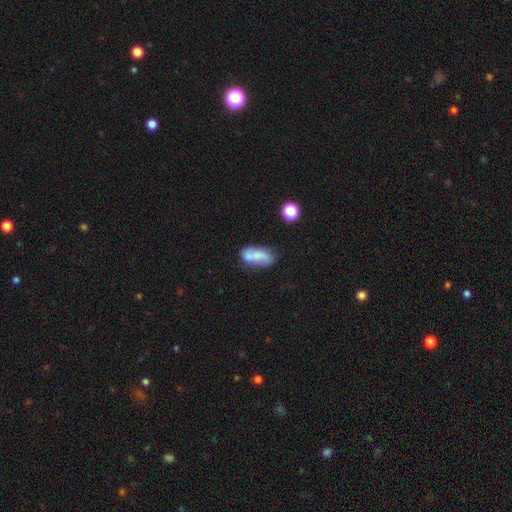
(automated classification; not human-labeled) Smooth or featured?
  - smooth: 60% *
  - featured or disk: 31%
  - star or artifact: 9%
How rounded?
  - in between: 84% *
  - cigar-shaped: 11%
  - round: 5%
Merging?
  - none: 42% *
  - merger: 27%
  - minor disturbance: 21%
  - major disturbance: 10%